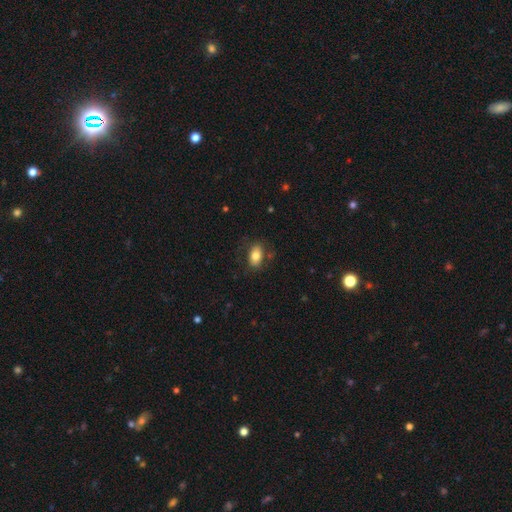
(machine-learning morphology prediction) A smooth galaxy with no disk features (79%) that is in between round and cigar-shaped (89%). Merging: none (78%).